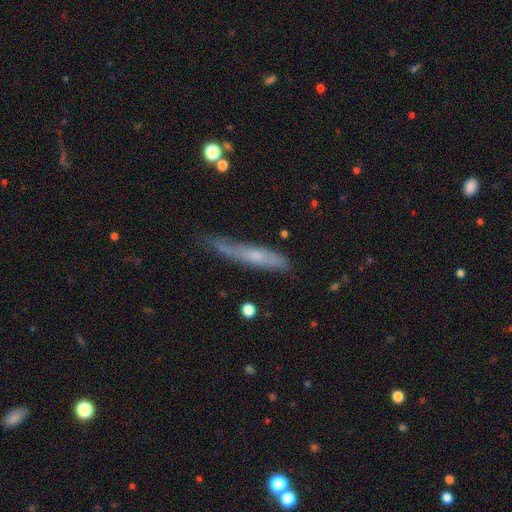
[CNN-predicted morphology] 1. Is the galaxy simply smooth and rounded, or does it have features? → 48% smooth, 44% featured or disk, 9% star or artifact.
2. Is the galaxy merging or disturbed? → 55% none, 31% minor disturbance, 10% major disturbance, 3% merger.